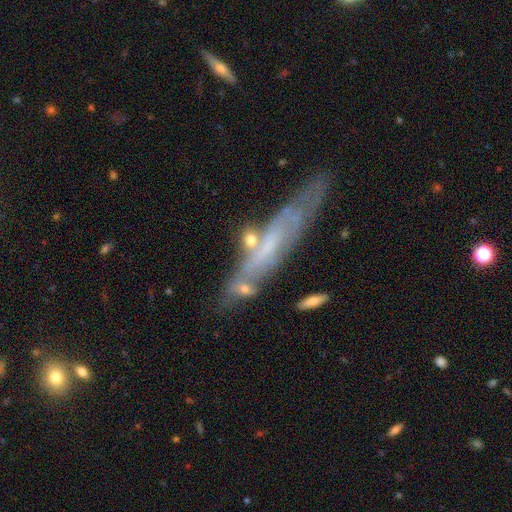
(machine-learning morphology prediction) A featured or disk galaxy (61%) viewed edge-on (53%). Merging: none (53%).